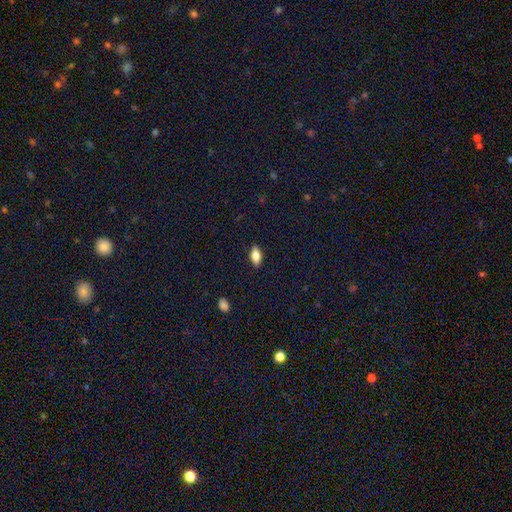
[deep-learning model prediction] smooth 73%, featured or disk 19%, star or artifact 8%. Down the decision tree: how rounded — in between (84%); merging — none (88%).